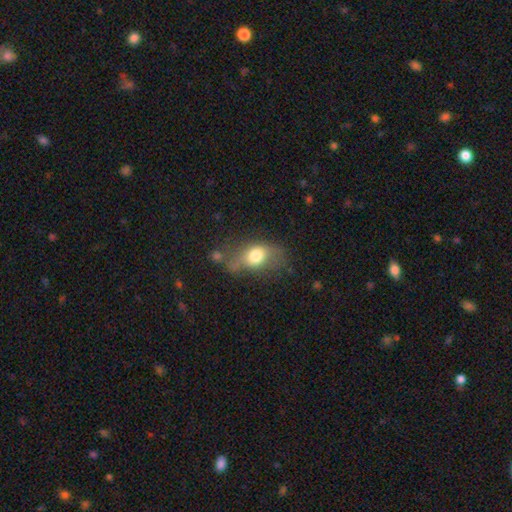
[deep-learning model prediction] Smooth or featured: smooth — 65% (featured or disk — 25%)
How rounded: in between — 75% (round — 20%)
Merging: none — 41% (minor disturbance — 28%)